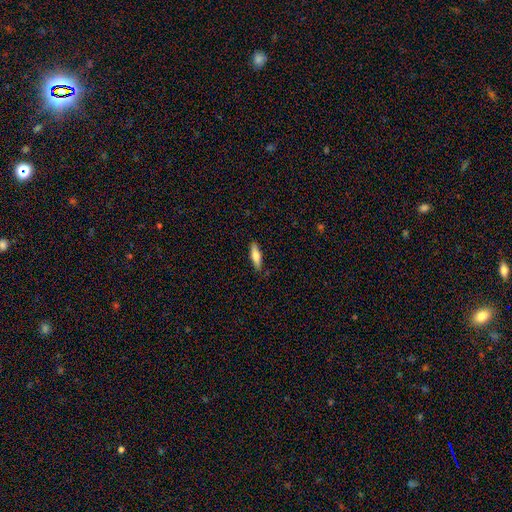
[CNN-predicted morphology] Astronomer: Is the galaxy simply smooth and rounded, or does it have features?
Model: smooth — 67%.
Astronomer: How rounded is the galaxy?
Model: cigar-shaped — 61% (runner-up: in between, 37%).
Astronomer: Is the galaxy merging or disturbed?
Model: none — 87%.